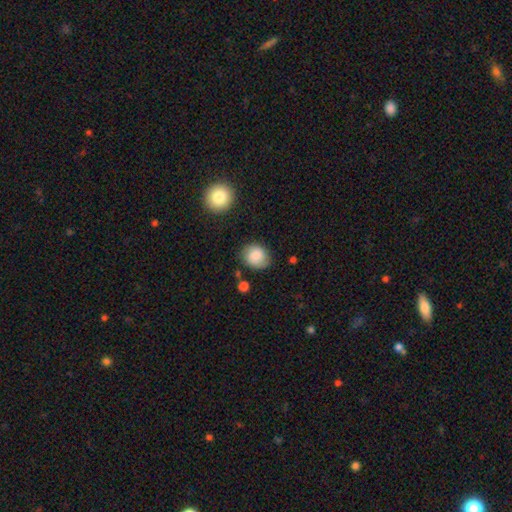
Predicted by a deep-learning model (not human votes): Smooth or featured: smooth — 83% (featured or disk — 9%)
How rounded: round — 60% (in between — 39%)
Merging: none — 75% (minor disturbance — 18%)